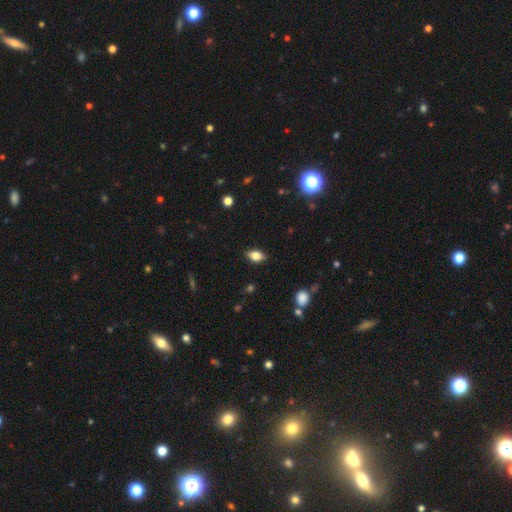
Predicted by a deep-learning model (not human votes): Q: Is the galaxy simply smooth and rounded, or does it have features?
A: smooth — 73%.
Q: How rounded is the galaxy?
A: in between — 84%.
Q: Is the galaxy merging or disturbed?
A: none — 86%.